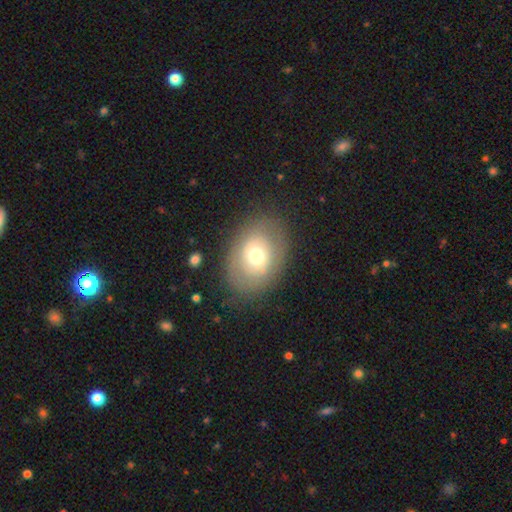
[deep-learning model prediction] Smooth or featured? Predicted: smooth (p=0.59). How rounded? Predicted: in between (p=0.68). Merging? Predicted: none (p=0.80).